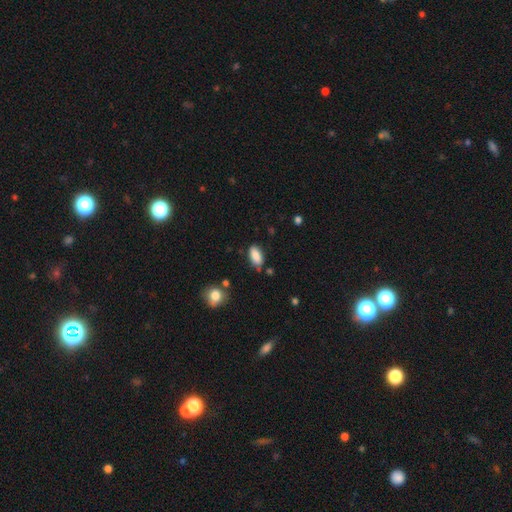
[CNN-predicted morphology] Q: Smooth or featured?
A: smooth (86%); runner-up: star or artifact (7%)
Q: How rounded?
A: in between (90%); runner-up: cigar-shaped (7%)
Q: Merging?
A: none (77%); runner-up: minor disturbance (16%)